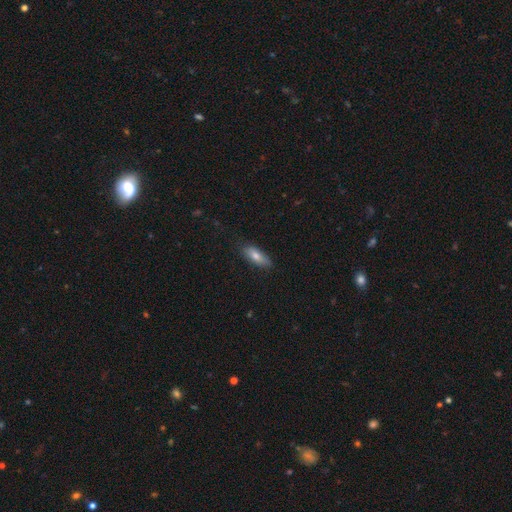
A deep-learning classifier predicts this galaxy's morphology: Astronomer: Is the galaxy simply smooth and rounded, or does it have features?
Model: smooth — 73%.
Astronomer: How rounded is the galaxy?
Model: in between — 66%.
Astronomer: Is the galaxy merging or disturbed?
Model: none — 81%.